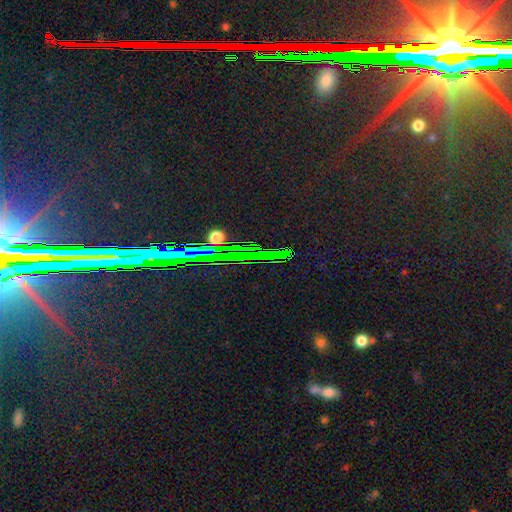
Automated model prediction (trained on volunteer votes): Overall: star or artifact (81%).